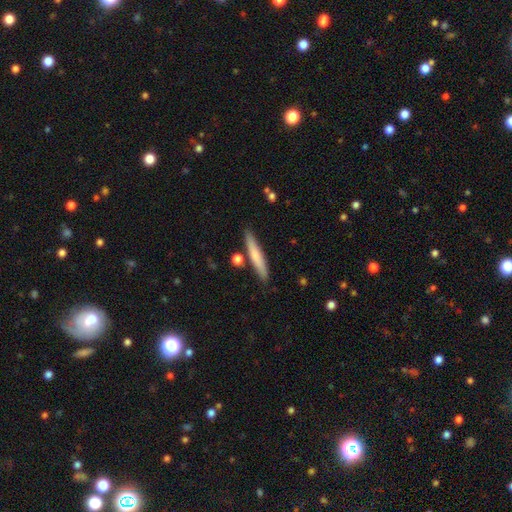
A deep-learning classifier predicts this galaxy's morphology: This is likely a smooth galaxy (65%). How rounded: clearly cigar-shaped (92%). Merging: clearly none (84%).